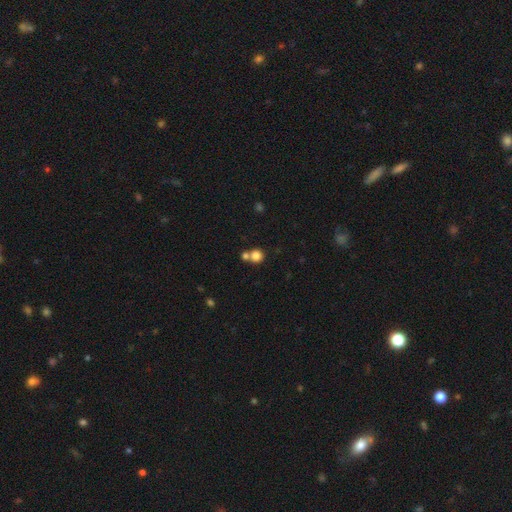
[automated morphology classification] Overall: smooth (81%). How rounded: round (89%). Merging: none (52%; merger 39%).